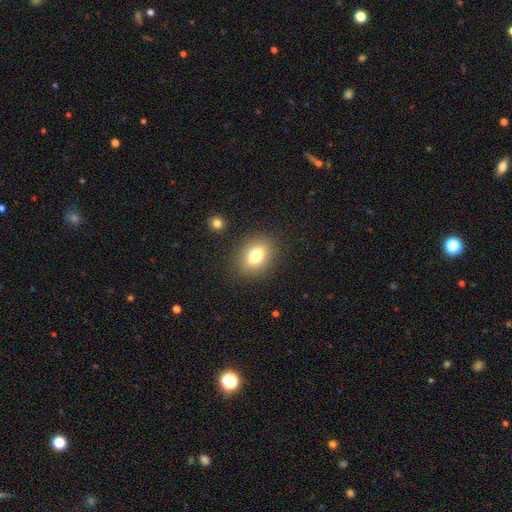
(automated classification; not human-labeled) This is likely a smooth galaxy (78%). How rounded: likely in between (68%). Merging: clearly none (86%).